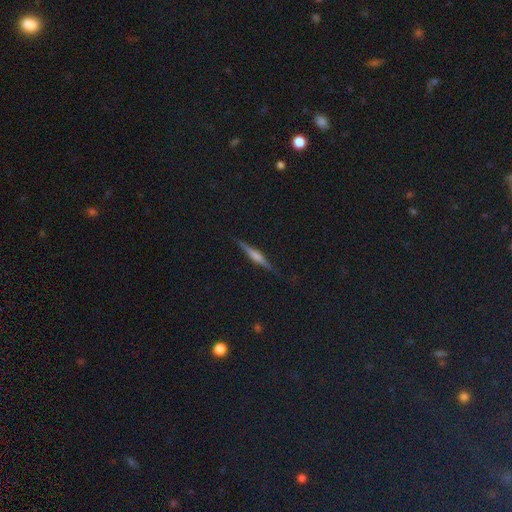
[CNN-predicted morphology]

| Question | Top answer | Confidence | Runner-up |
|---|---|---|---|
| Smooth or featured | featured or disk | 70% | smooth (20%) |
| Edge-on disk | yes | 98% | no (2%) |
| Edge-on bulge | rounded | 68% | boxy (18%) |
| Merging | none | 90% | minor disturbance (7%) |